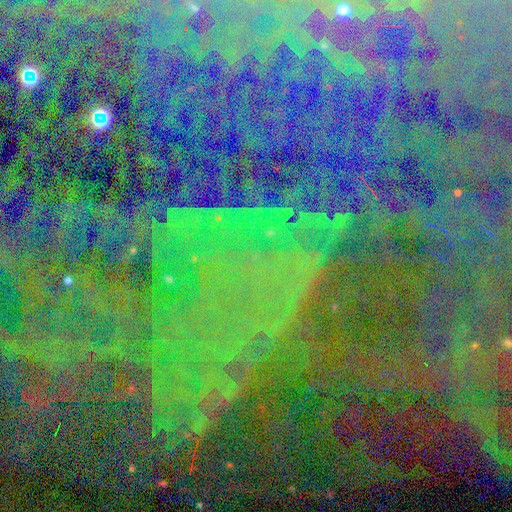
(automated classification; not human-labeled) Smooth or featured: star or artifact — 86% (smooth — 7%)